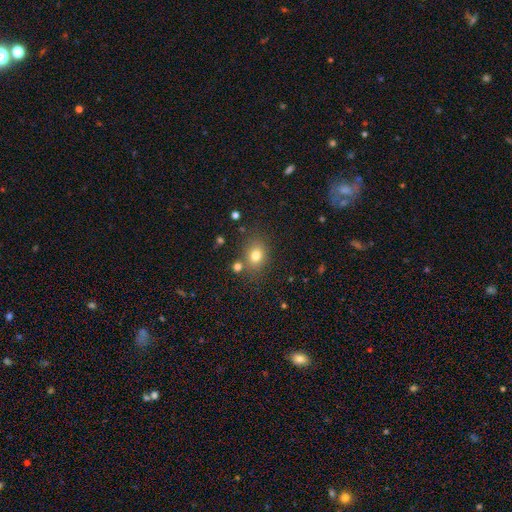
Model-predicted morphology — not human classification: Smooth or featured? smooth (76%)
How rounded? round (51%)
Merging? none (74%)